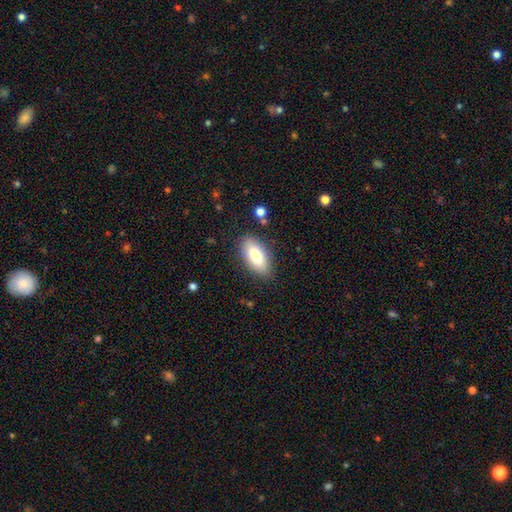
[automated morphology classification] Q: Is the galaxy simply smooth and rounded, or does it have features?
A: smooth — 81%.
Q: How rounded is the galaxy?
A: in between — 88%.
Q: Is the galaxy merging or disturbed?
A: none — 84%.